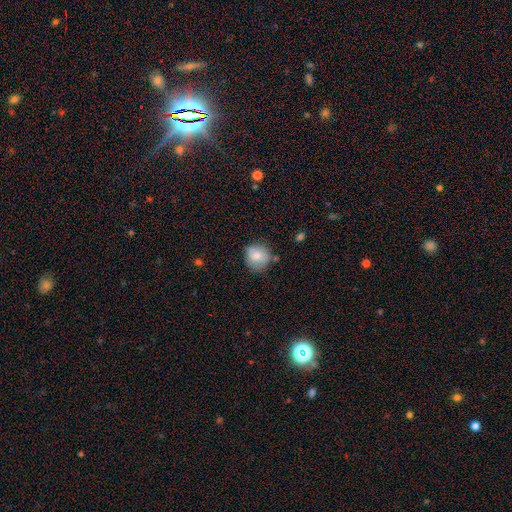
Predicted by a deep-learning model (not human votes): Smooth or featured? Predicted: smooth (p=0.77). How rounded? Predicted: round (p=0.82). Merging? Predicted: none (p=0.68).